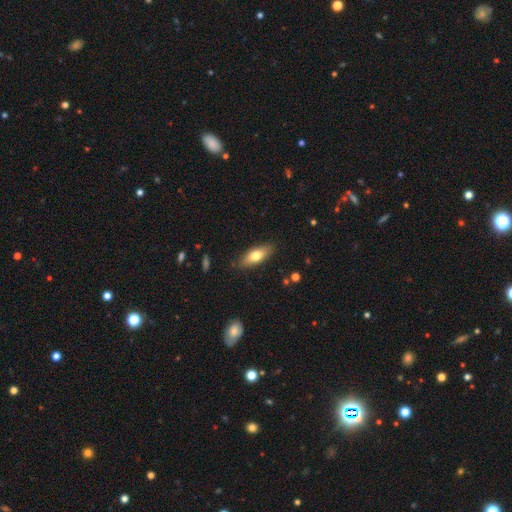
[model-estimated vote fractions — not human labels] Q: Smooth or featured?
A: smooth (72%); runner-up: featured or disk (22%)
Q: How rounded?
A: in between (74%); runner-up: cigar-shaped (23%)
Q: Merging?
A: none (85%); runner-up: minor disturbance (11%)